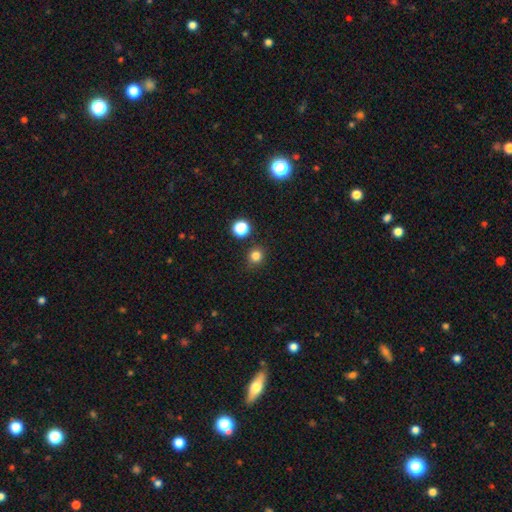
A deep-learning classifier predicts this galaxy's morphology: Smooth or featured? smooth (80%)
How rounded? round (86%)
Merging? none (86%)